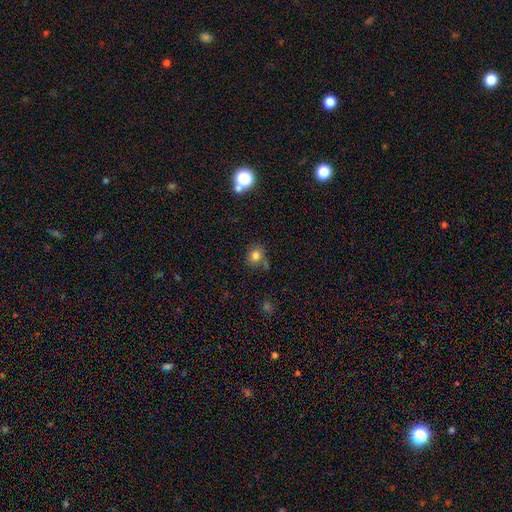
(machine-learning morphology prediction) smooth-or-featured: smooth: 79% | star or artifact: 13% | featured or disk: 7%
  how-rounded: round: 75% | in between: 24% | cigar-shaped: 1%
  merging: none: 68% | minor disturbance: 17% | merger: 10% | major disturbance: 5%